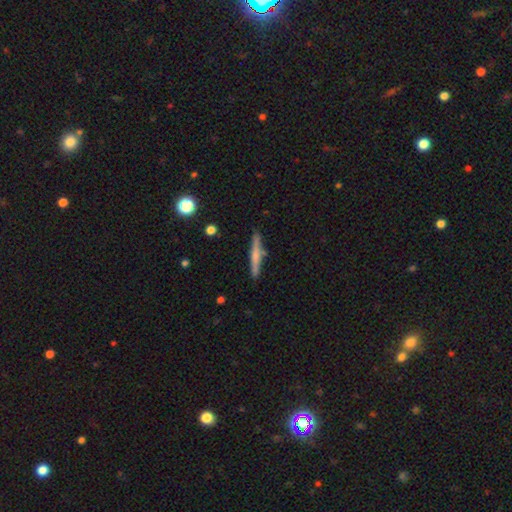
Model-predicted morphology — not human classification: type=smooth (52%); roundness=cigar-shaped (94%); merging=none (85%).